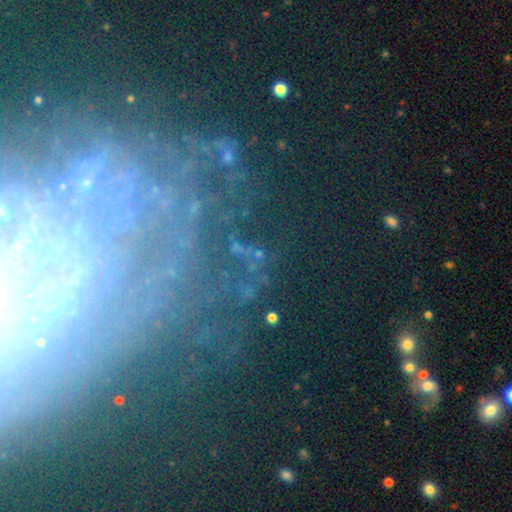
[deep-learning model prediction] Smooth or featured? featured or disk (43%)
Merging? none (70%)